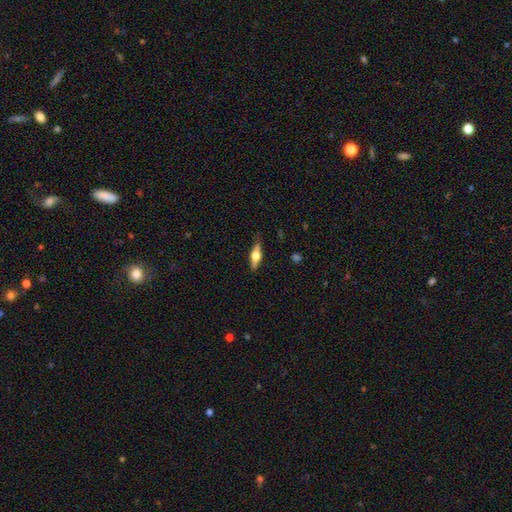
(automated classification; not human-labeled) Q: Smooth or featured?
A: featured or disk (58%); runner-up: smooth (36%)
Q: Edge-on disk?
A: yes (95%); runner-up: no (5%)
Q: Edge-on bulge?
A: rounded (94%); runner-up: boxy (5%)
Q: Merging?
A: none (85%); runner-up: minor disturbance (12%)